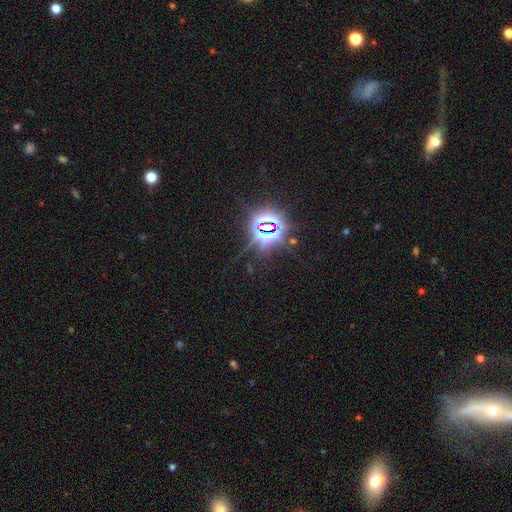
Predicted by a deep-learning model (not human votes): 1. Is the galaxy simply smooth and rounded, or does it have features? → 84% star or artifact, 10% smooth, 7% featured or disk.